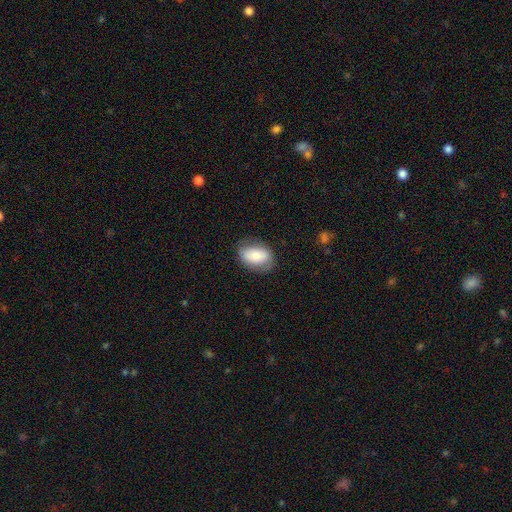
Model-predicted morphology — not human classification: This is likely a smooth galaxy (70%). How rounded: clearly in between (86%). Merging: likely none (77%).